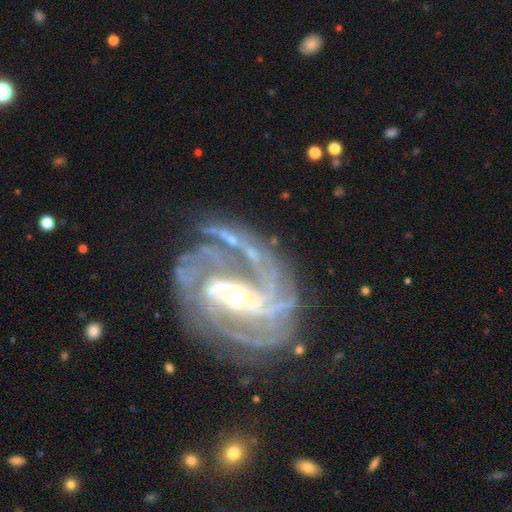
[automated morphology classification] This appears to be a featured or disk galaxy (91%) with a weak bar (35%), 2 (29%) medium (45%) spiral arms (97%) and a moderate central bulge (63%). Merging: none (60%).